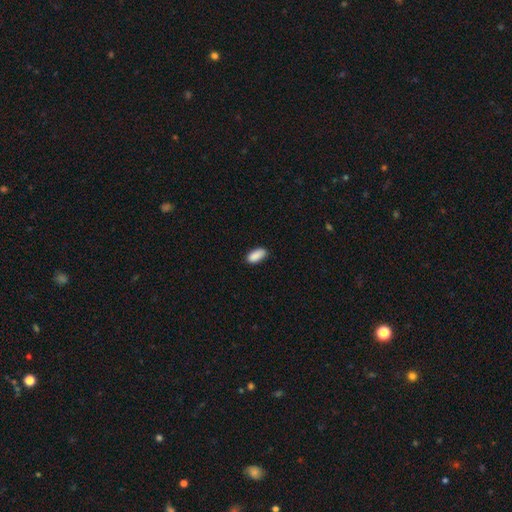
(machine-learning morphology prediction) smooth_or_featured: smooth (p=0.90) [alt: star or artifact p=0.07]
how_rounded: in between (p=0.88) [alt: cigar-shaped p=0.10]
merging: none (p=0.84) [alt: minor disturbance p=0.12]